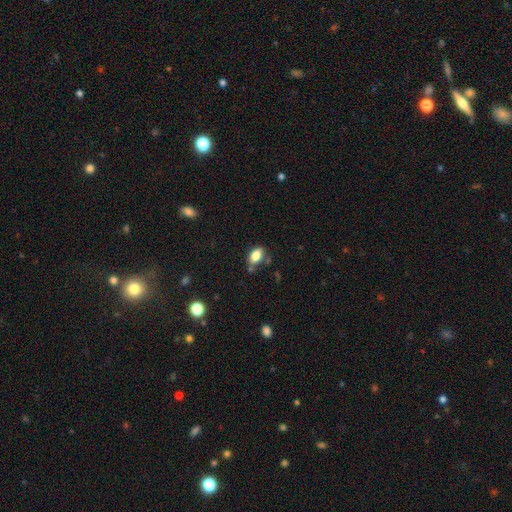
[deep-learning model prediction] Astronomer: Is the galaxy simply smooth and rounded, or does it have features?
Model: smooth — 82%.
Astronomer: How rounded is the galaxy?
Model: in between — 88%.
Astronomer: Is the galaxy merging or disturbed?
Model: none — 65%.